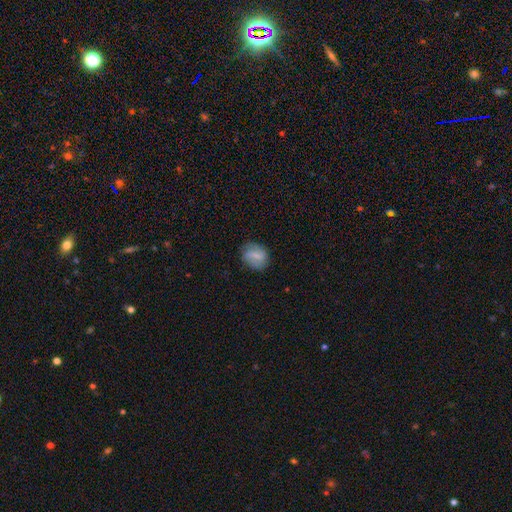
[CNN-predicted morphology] This appears to be a smooth galaxy with no disk features (49%). Merging: none (75%).